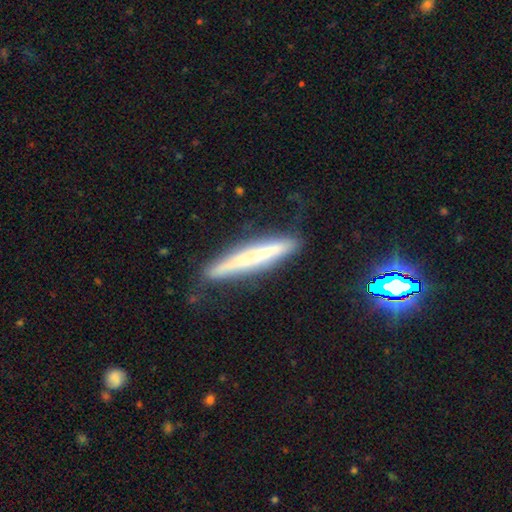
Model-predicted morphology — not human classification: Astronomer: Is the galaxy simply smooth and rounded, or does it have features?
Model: smooth — 47% (runner-up: featured or disk, 44%).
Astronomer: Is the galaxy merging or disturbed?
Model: none — 79%.